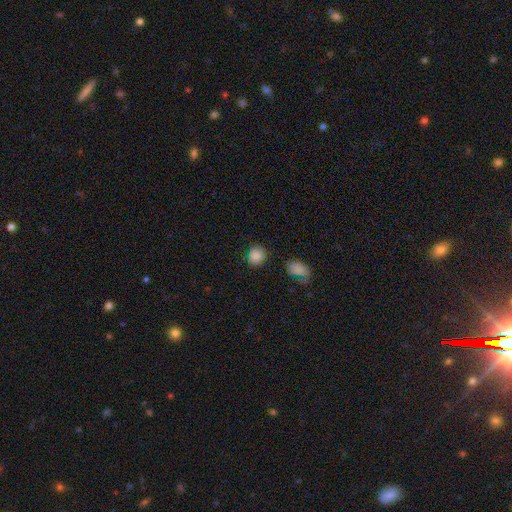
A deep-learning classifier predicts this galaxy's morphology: This appears to be a smooth galaxy with no disk features (86%) that is round (78%). Merging: none (83%).